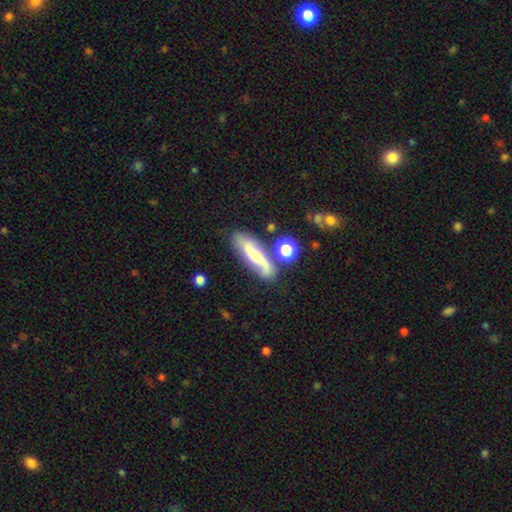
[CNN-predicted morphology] featured or disk 61%, smooth 31%, star or artifact 8%. Down the decision tree: edge-on disk — no (76%); merging — none (67%).